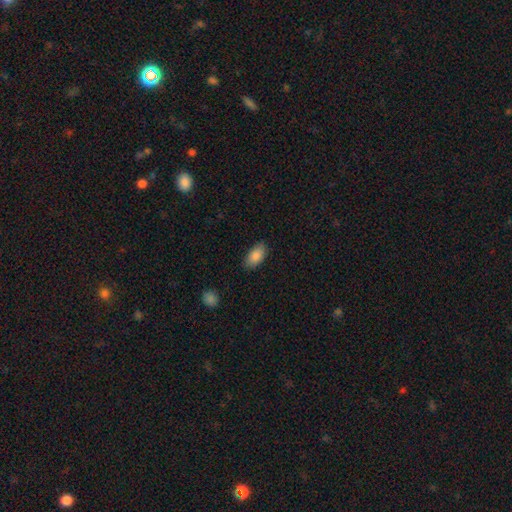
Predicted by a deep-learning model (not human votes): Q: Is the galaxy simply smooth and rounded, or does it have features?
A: smooth — 86%.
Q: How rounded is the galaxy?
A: in between — 93%.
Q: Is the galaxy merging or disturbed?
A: none — 85%.